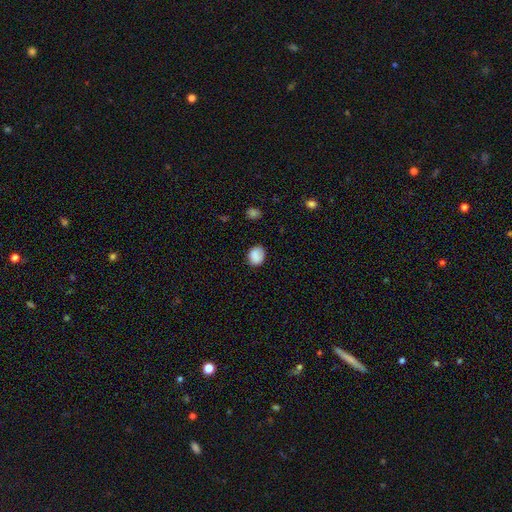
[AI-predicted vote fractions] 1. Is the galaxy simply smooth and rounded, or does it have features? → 85% smooth, 9% star or artifact, 6% featured or disk.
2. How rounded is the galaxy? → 58% round, 41% in between, 1% cigar-shaped.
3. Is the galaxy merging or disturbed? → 79% none, 16% minor disturbance, 4% major disturbance, 2% merger.